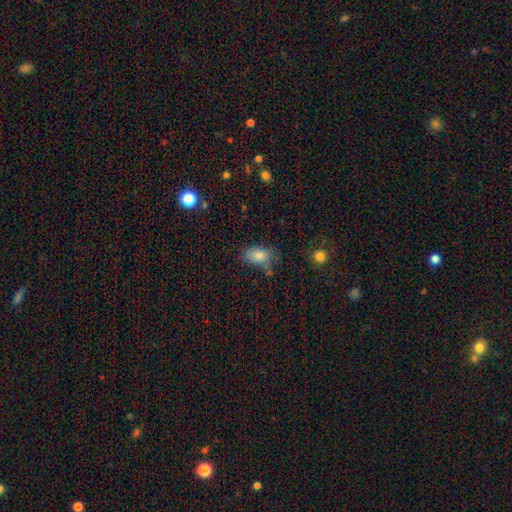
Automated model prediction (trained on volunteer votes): Morphology: type=smooth (79%); roundness=in between (87%); merging=none (67%).